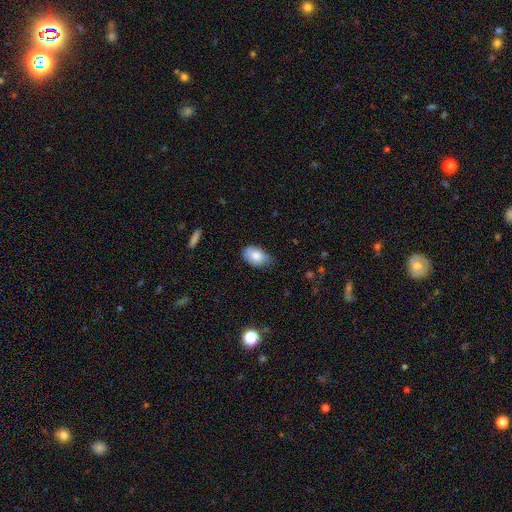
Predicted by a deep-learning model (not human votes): Smooth or featured: smooth — 81% (featured or disk — 12%)
How rounded: in between — 88% (round — 10%)
Merging: none — 57% (minor disturbance — 35%)